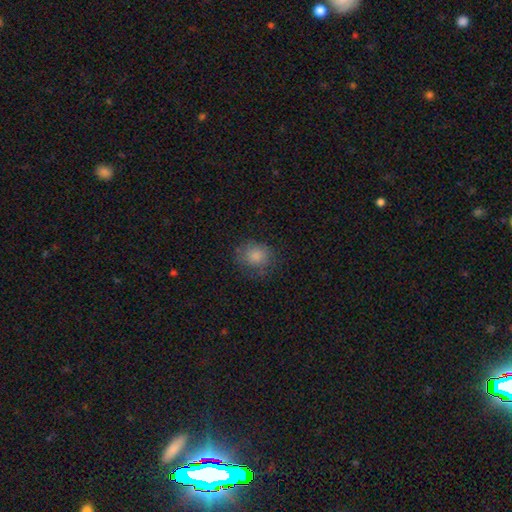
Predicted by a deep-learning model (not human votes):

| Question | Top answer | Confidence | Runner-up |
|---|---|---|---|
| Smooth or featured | smooth | 79% | star or artifact (12%) |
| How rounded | round | 74% | in between (25%) |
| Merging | none | 74% | minor disturbance (18%) |